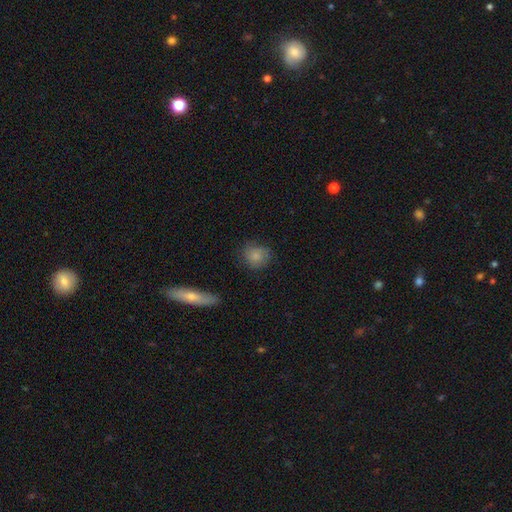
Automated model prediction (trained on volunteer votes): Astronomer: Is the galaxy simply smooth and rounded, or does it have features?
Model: smooth — 81%.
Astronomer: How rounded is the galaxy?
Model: round — 78%.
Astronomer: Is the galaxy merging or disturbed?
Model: none — 69%.